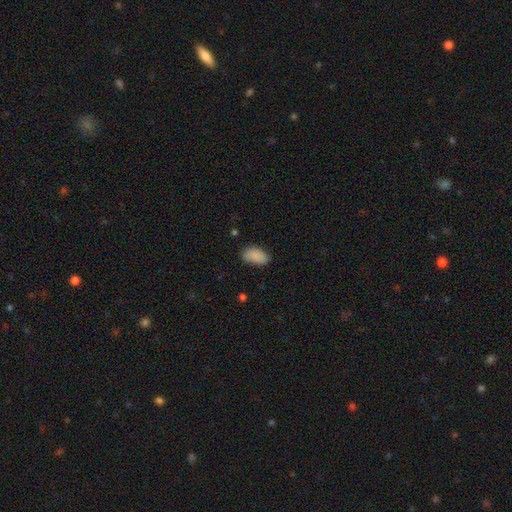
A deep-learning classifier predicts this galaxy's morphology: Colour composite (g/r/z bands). It shows a smooth galaxy with no disk features (88%) that is in between round and cigar-shaped (94%). Merging: none (76%).